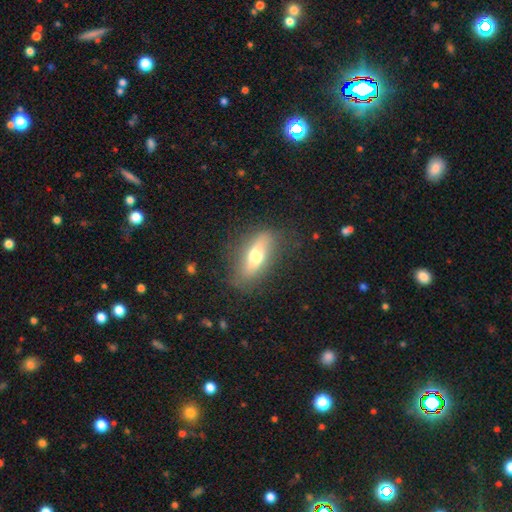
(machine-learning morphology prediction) This is possibly a smooth galaxy (53%). How rounded: likely in between (65%). Merging: likely none (79%).